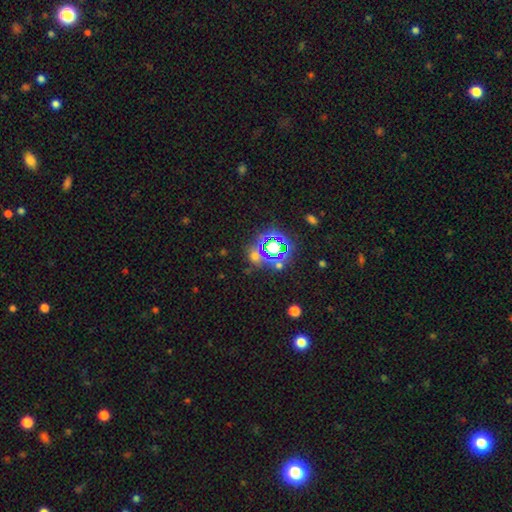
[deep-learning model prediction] Morphology: type=star or artifact (53%).